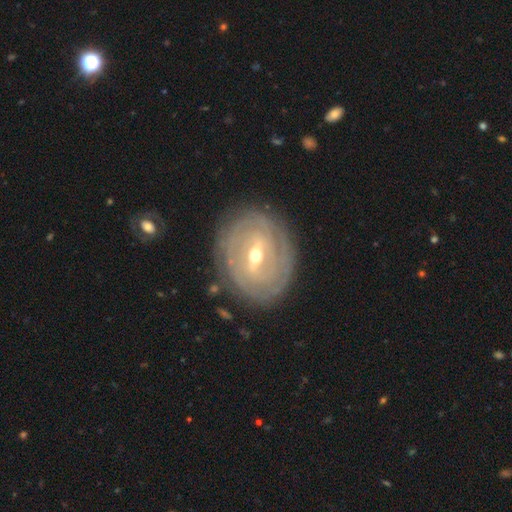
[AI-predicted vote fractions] smooth_or_featured: featured or disk (p=0.86) [alt: smooth p=0.09]
disk_edge_on: no (p=0.95) [alt: yes p=0.05]
bar: strong (p=0.46) [alt: weak p=0.43]
has_spiral_arms: yes (p=0.89) [alt: no p=0.11]
spiral_winding: tight (p=0.84) [alt: medium p=0.12]
spiral_arm_count: can't tell (p=0.41) [alt: 2 p=0.22]
bulge_size: moderate (p=0.55) [alt: small p=0.42]
merging: none (p=0.84) [alt: minor disturbance p=0.11]